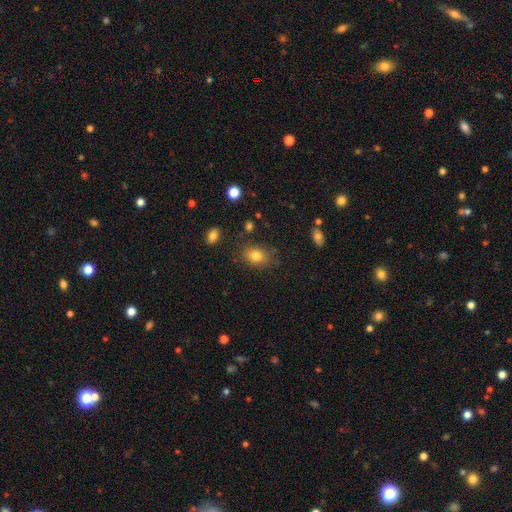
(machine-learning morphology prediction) smooth-or-featured: smooth: 81% | star or artifact: 11% | featured or disk: 8%
  how-rounded: in between: 65% | round: 34% | cigar-shaped: 1%
  merging: none: 77% | minor disturbance: 16% | major disturbance: 5% | merger: 3%